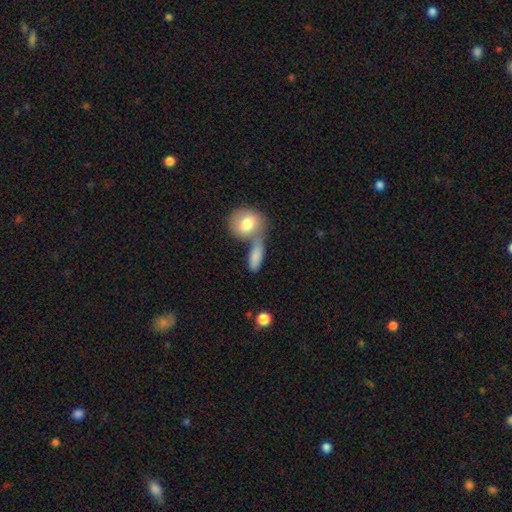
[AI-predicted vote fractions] This is likely a smooth galaxy (80%). How rounded: likely in between (63%). Merging: possibly merger (46%).